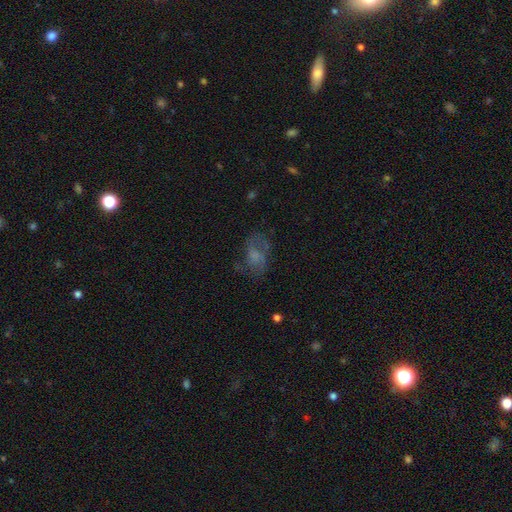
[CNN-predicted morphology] smooth_or_featured: featured or disk (p=0.45) [alt: smooth p=0.42]
merging: none (p=0.51) [alt: major disturbance p=0.25]